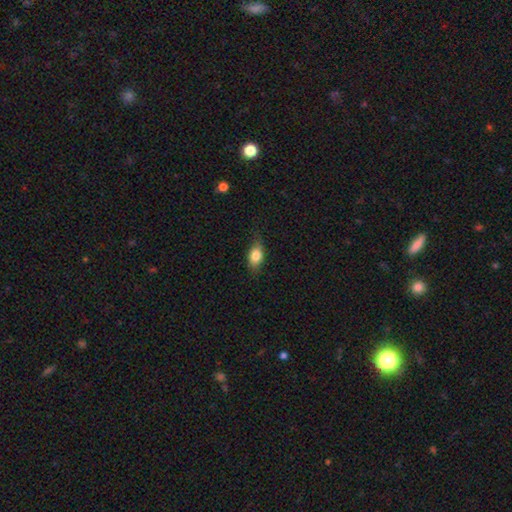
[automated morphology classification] The model was most divided on "merging": none: 73%, minor disturbance: 22%, major disturbance: 5%, merger: 1%. More confident: how rounded — in between (79%); smooth or featured — smooth (78%).